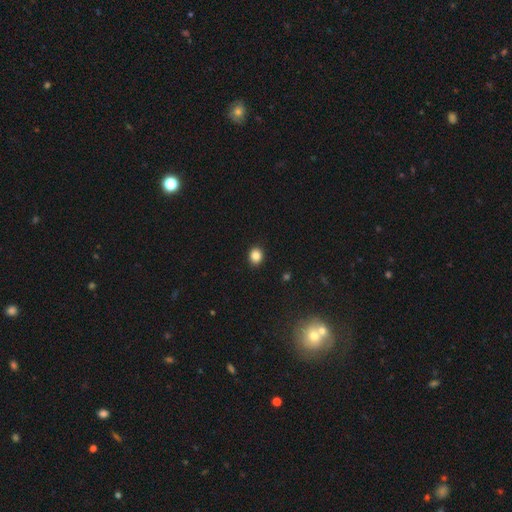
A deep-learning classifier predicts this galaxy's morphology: This appears to be a smooth galaxy with no disk features (86%) that is round (68%). Merging: none (91%).